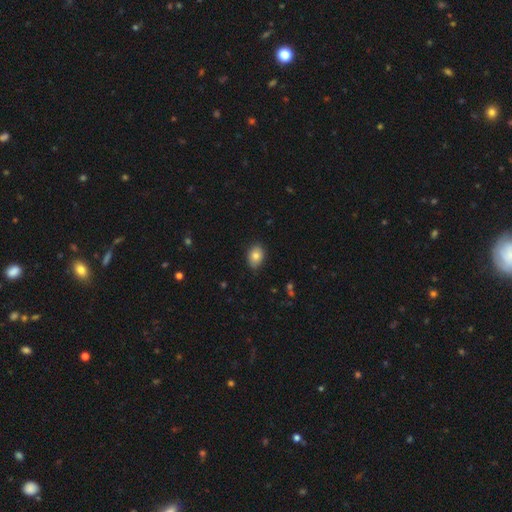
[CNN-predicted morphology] smooth_or_featured: smooth (p=0.82) [alt: featured or disk p=0.10]
how_rounded: in between (p=0.75) [alt: round p=0.24]
merging: none (p=0.84) [alt: minor disturbance p=0.13]